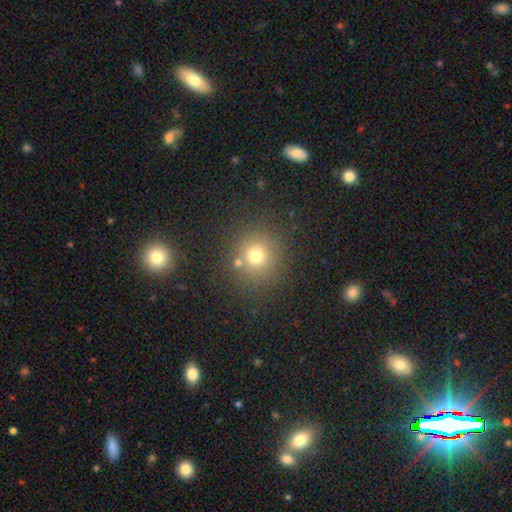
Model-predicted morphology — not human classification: A smooth galaxy with no disk features (72%) that is round (92%).

Vote fractions:
- Smooth or featured? smooth: 72% / star or artifact: 20% / featured or disk: 9%
- How rounded? round: 92% / in between: 7% / cigar-shaped: 1%
- Merging? none: 82% / minor disturbance: 8% / merger: 6% / major disturbance: 4%